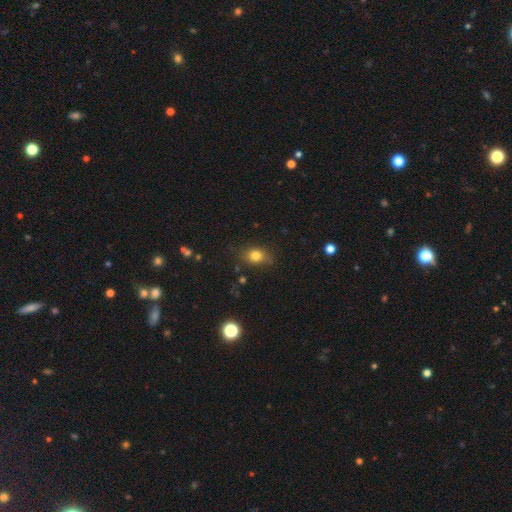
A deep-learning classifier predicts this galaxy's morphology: This appears to be a smooth galaxy with no disk features (80%) that is in between round and cigar-shaped (55%). Merging: none (76%).